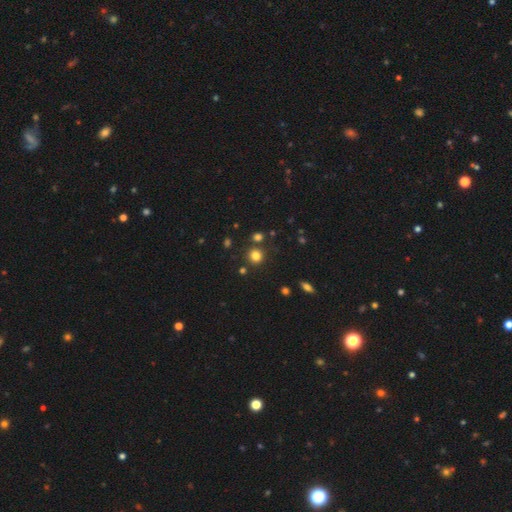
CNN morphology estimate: This appears to be a smooth galaxy with no disk features (80%) that is round (91%). Merging: none (82%).